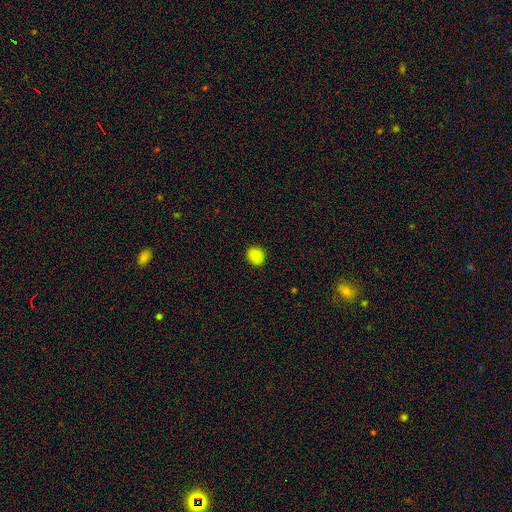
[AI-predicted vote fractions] This is clearly a smooth galaxy (87%). How rounded: likely round (68%). Merging: clearly none (89%).